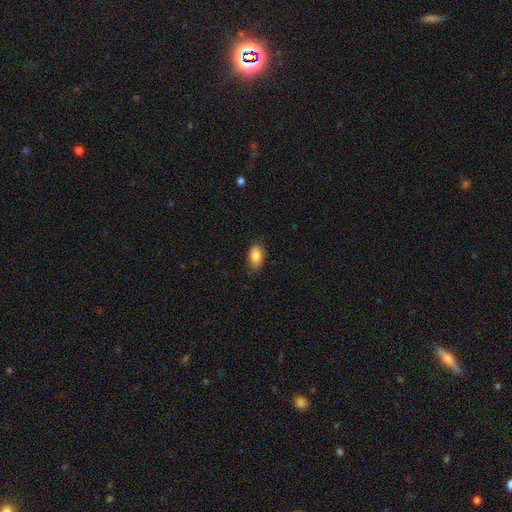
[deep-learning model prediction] This appears to be a smooth galaxy with no disk features (84%) that is in between round and cigar-shaped (91%). Merging: none (76%).